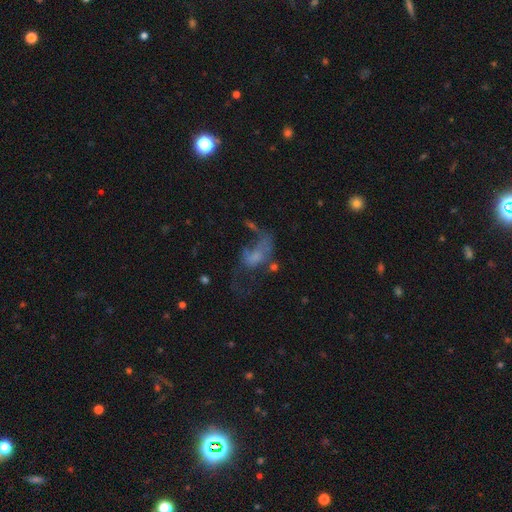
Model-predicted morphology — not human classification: A featured or disk galaxy (49%).

Vote fractions:
- Smooth or featured? featured or disk: 49% / smooth: 34% / star or artifact: 18%
- Merging? major disturbance: 51% / none: 23% / minor disturbance: 14% / merger: 13%